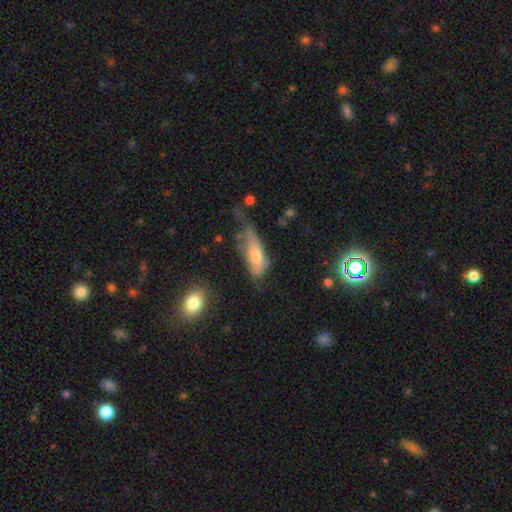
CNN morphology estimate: type=smooth (65%); roundness=in between (66%); merging=minor disturbance (36%).